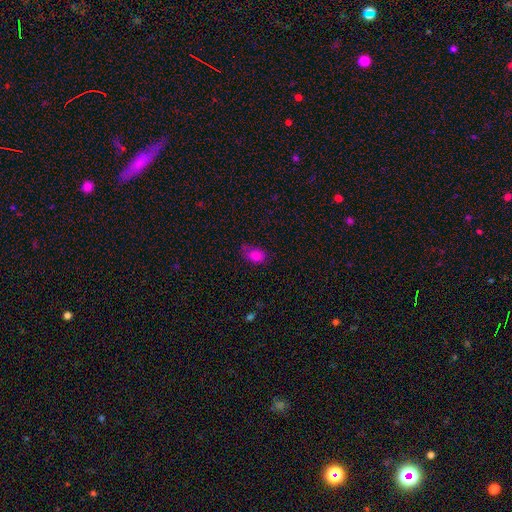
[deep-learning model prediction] Overall: smooth (82%). How rounded: in between (82%). Merging: none (54%; minor disturbance 34%).